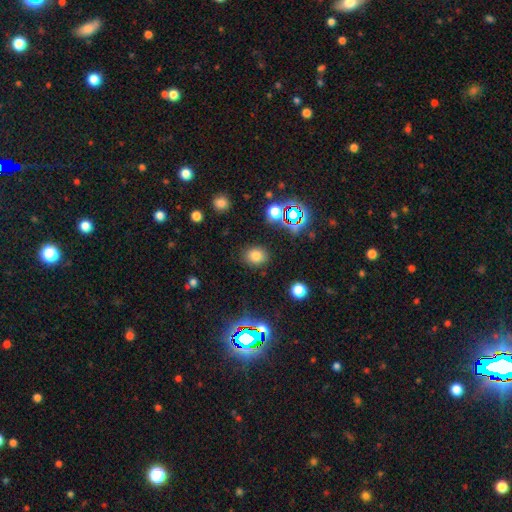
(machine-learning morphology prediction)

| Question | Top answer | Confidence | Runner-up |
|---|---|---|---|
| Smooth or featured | smooth | 75% | star or artifact (18%) |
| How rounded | round | 54% | in between (45%) |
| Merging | none | 86% | minor disturbance (9%) |